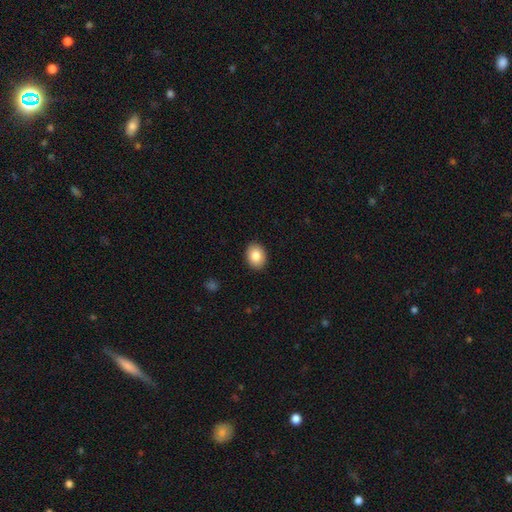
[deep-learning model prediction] smooth_or_featured: smooth (p=0.84) [alt: featured or disk p=0.08]
how_rounded: in between (p=0.63) [alt: round p=0.36]
merging: none (p=0.90) [alt: minor disturbance p=0.07]